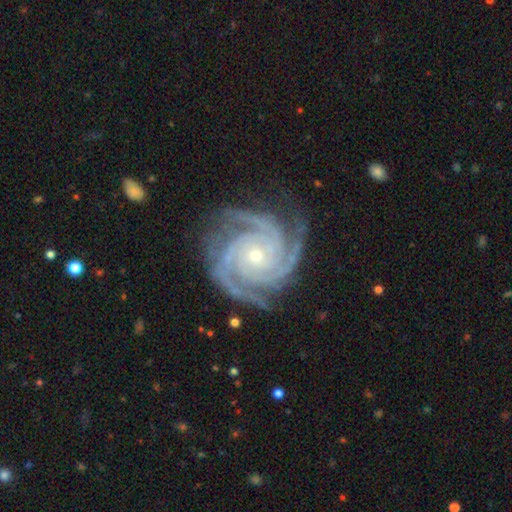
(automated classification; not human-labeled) This appears to be a featured or disk galaxy (94%) with no bar (77%), 3 (42%) tight (77%) spiral arms (99%) and a small central bulge (71%). Merging: none (79%).